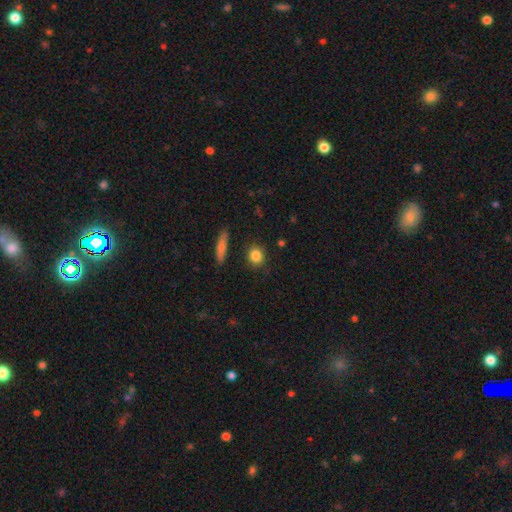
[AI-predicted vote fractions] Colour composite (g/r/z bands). It shows a smooth galaxy with no disk features (84%) that is round (75%). Merging: none (86%).